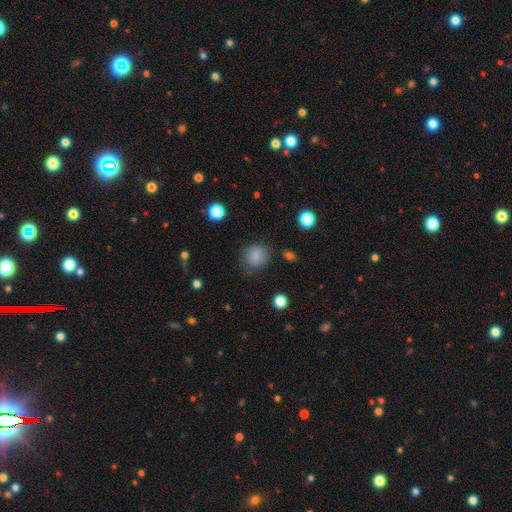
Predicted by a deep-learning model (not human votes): smooth 83%, star or artifact 11%, featured or disk 6%. Down the decision tree: how rounded — round (75%); merging — none (72%).